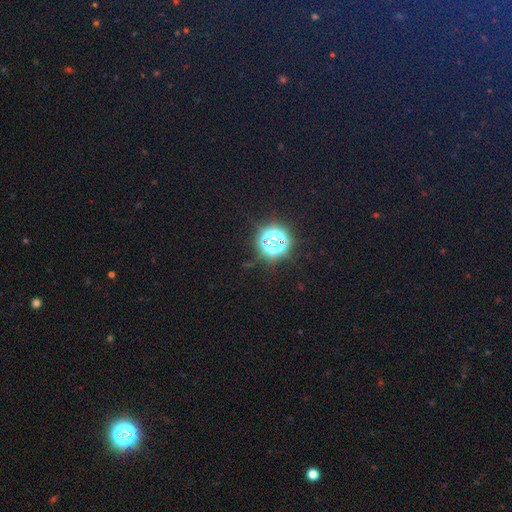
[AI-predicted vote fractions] Smooth or featured? star or artifact (66%)